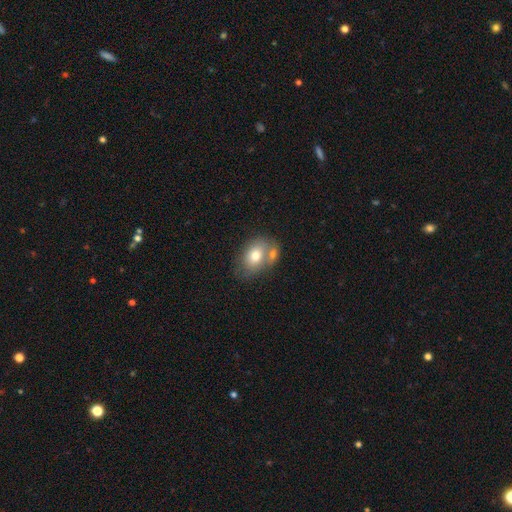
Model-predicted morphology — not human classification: Q: Smooth or featured?
A: smooth (72%); runner-up: featured or disk (20%)
Q: How rounded?
A: in between (75%); runner-up: round (24%)
Q: Merging?
A: merger (44%); runner-up: none (37%)